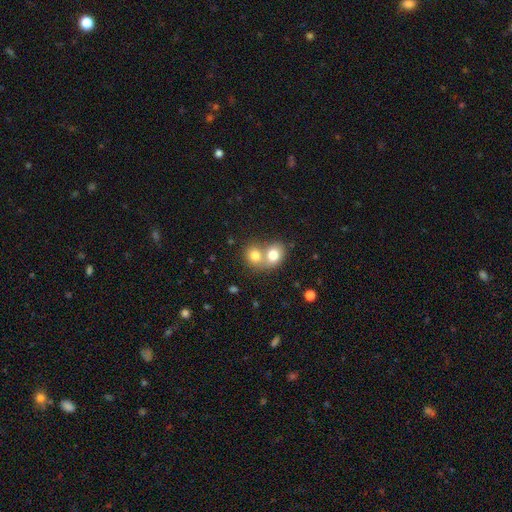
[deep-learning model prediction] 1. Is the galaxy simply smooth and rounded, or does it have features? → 74% smooth, 15% featured or disk, 11% star or artifact.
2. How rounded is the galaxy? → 66% round, 33% in between, 1% cigar-shaped.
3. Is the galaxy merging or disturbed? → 65% merger, 27% none, 5% minor disturbance, 3% major disturbance.